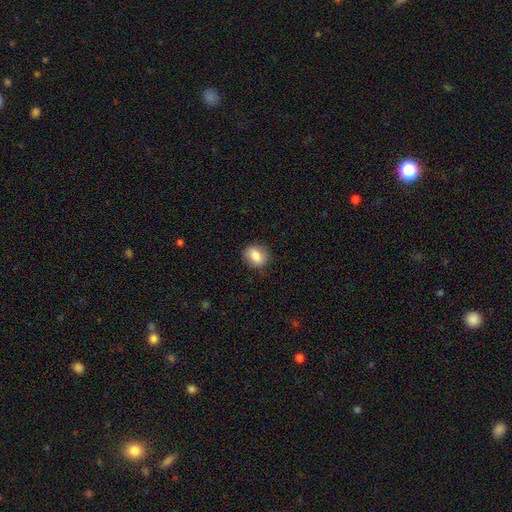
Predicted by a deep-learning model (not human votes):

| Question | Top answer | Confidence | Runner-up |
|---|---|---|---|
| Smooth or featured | smooth | 83% | featured or disk (9%) |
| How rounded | round | 50% | in between (48%) |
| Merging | none | 84% | minor disturbance (12%) |